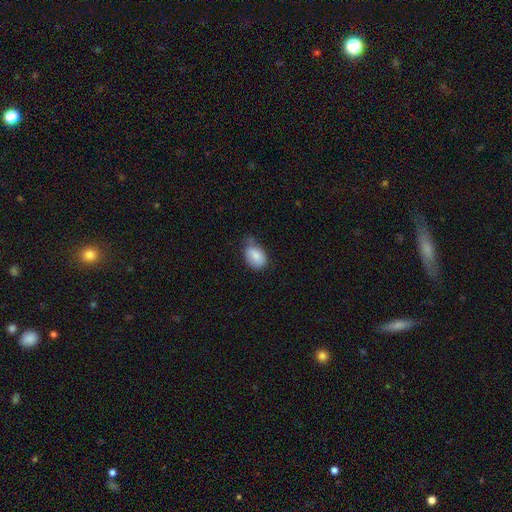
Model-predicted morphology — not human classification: Overall: smooth (83%). How rounded: in between (83%). Merging: none (49%; minor disturbance 40%).